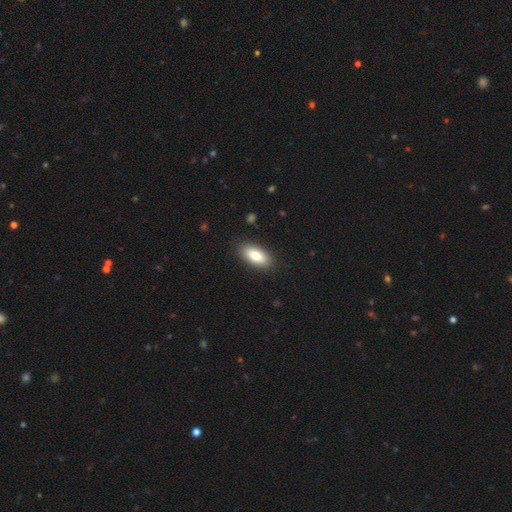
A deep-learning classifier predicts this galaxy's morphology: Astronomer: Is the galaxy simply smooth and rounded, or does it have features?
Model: smooth — 80%.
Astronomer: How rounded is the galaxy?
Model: in between — 88%.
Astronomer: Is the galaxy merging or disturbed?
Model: none — 88%.